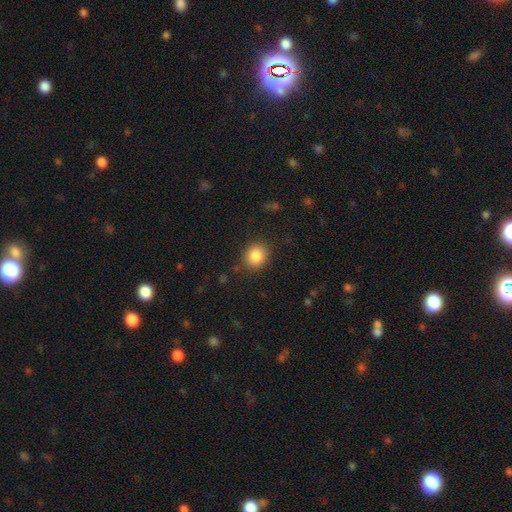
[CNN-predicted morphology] Q: Smooth or featured?
A: smooth (85%); runner-up: star or artifact (9%)
Q: How rounded?
A: round (70%); runner-up: in between (29%)
Q: Merging?
A: none (87%); runner-up: minor disturbance (9%)